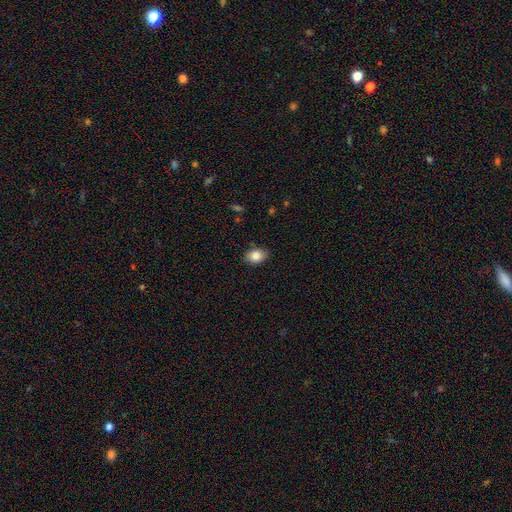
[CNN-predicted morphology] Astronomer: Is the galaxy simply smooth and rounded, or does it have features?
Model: smooth — 84%.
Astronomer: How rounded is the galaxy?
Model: in between — 76%.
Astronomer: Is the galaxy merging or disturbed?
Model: none — 83%.